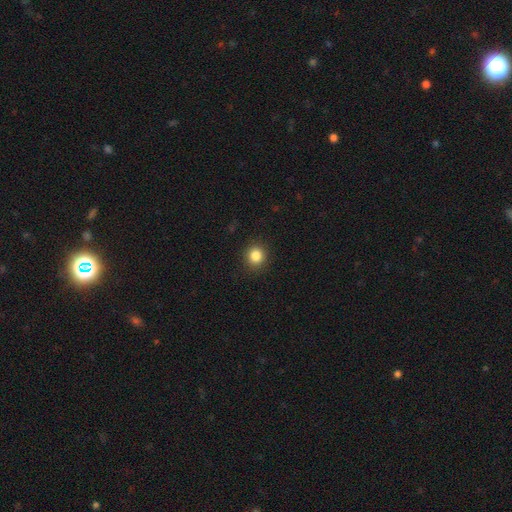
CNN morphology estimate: This is clearly a smooth galaxy (85%). How rounded: clearly round (88%). Merging: clearly none (91%).